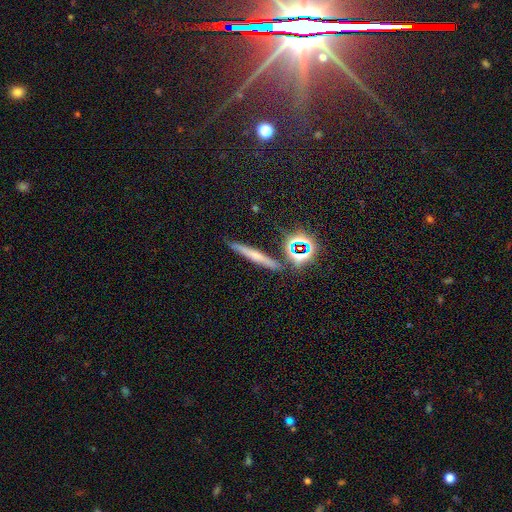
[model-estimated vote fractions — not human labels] Smooth or featured? smooth (43%)
Merging? none (83%)